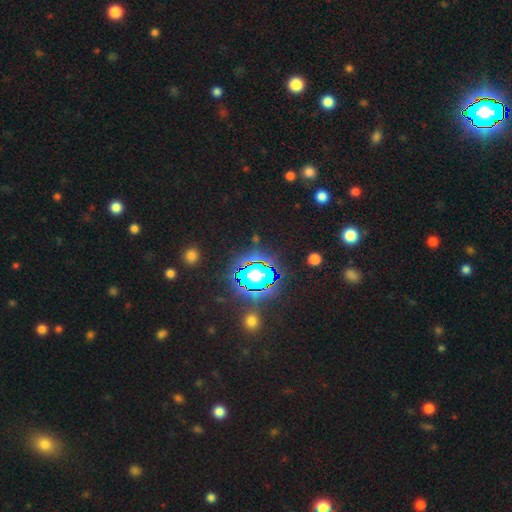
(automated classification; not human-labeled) Q: Smooth or featured?
A: star or artifact (80%); runner-up: smooth (13%)